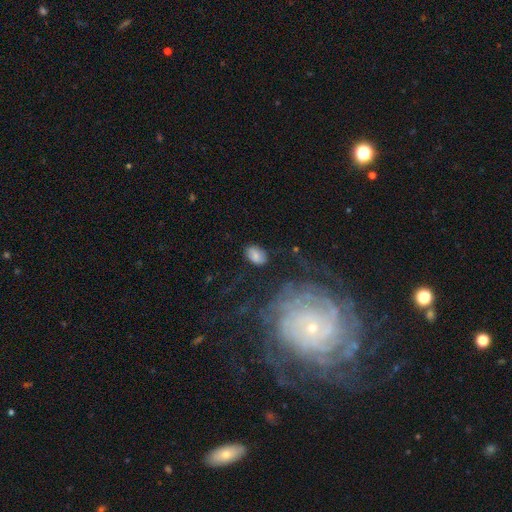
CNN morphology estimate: Overall: smooth (73%). How rounded: in between (84%). Merging: none (76%).